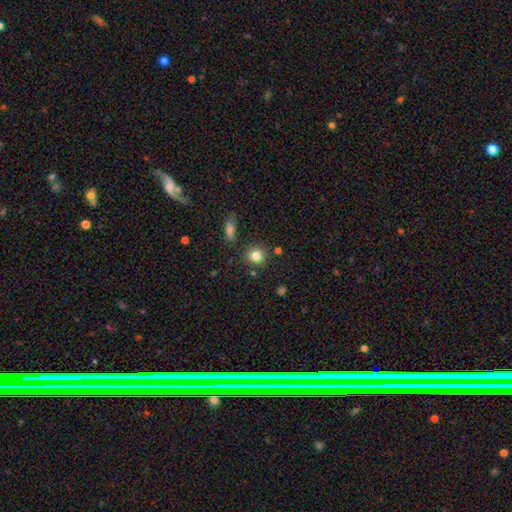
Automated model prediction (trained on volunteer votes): Smooth or featured?
  - smooth: 82% *
  - star or artifact: 11%
  - featured or disk: 7%
How rounded?
  - round: 84% *
  - in between: 14%
  - cigar-shaped: 1%
Merging?
  - none: 83% *
  - minor disturbance: 9%
  - merger: 5%
  - major disturbance: 3%